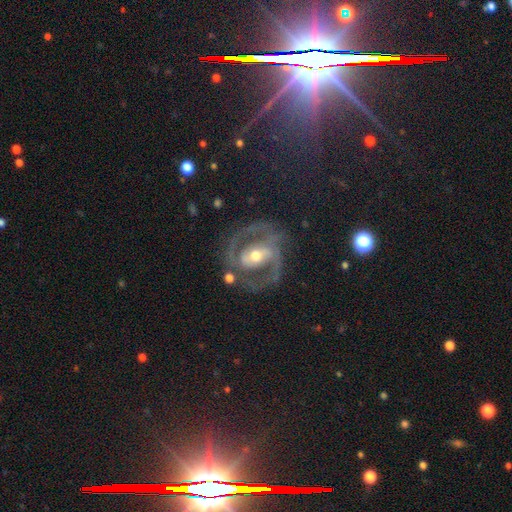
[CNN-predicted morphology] Q: Smooth or featured?
A: featured or disk (87%); runner-up: smooth (7%)
Q: Edge-on disk?
A: no (97%); runner-up: yes (3%)
Q: Bar?
A: weak (37%); runner-up: strong (36%)
Q: Spiral arms?
A: yes (92%); runner-up: no (8%)
Q: Spiral winding?
A: medium (55%); runner-up: tight (31%)
Q: Spiral arm count?
A: 2 (87%); runner-up: can't tell (5%)
Q: Bulge size?
A: moderate (66%); runner-up: small (26%)
Q: Merging?
A: none (71%); runner-up: minor disturbance (16%)